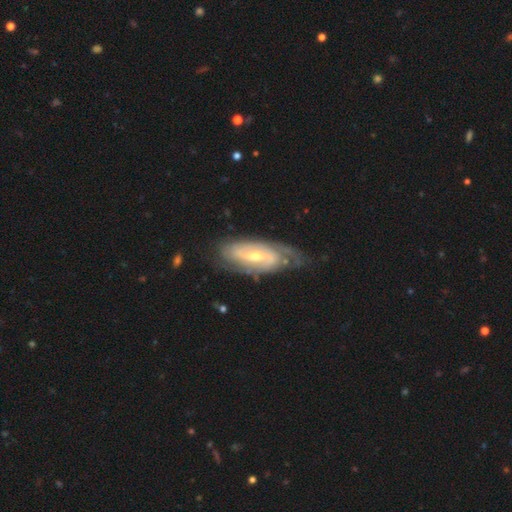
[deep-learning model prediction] Morphology: type=featured or disk (80%); edge-on=no (91%); bar=weak (46%); spiral arms=yes (90%); winding=tight (54%); arm count=2 (52%); bulge=moderate (49%); merging=none (62%).